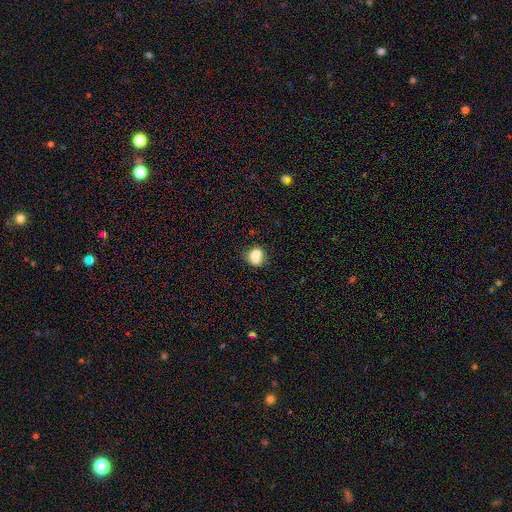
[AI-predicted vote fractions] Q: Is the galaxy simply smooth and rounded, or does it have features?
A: smooth — 74%.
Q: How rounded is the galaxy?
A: round — 65%.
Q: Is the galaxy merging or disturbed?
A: none — 41%.